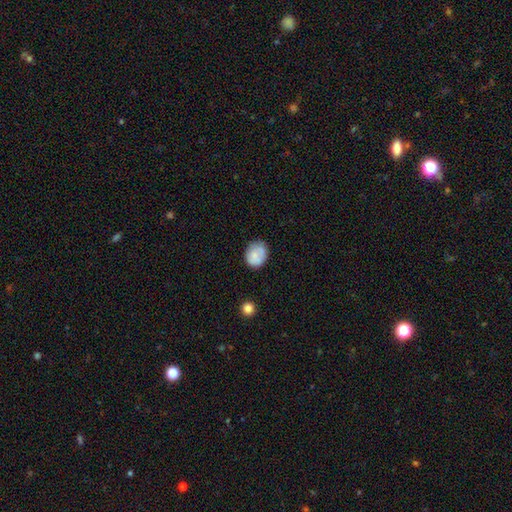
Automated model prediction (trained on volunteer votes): smooth 71%, featured or disk 21%, star or artifact 8%. Down the decision tree: how rounded — round (50%); merging — none (65%).